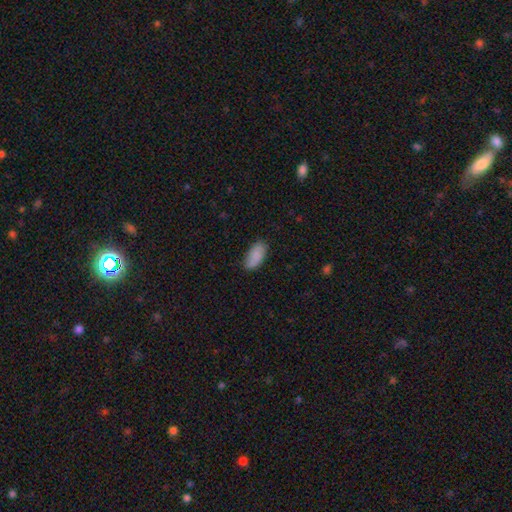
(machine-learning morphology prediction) Smooth or featured: smooth — 84% (featured or disk — 9%)
How rounded: in between — 92% (cigar-shaped — 5%)
Merging: none — 75% (minor disturbance — 19%)